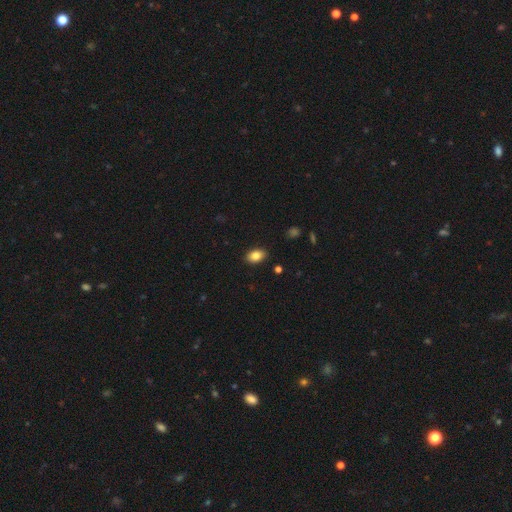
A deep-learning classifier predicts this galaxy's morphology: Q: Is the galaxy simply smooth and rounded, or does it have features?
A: smooth — 85%.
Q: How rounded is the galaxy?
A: in between — 86%.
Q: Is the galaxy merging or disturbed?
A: none — 88%.